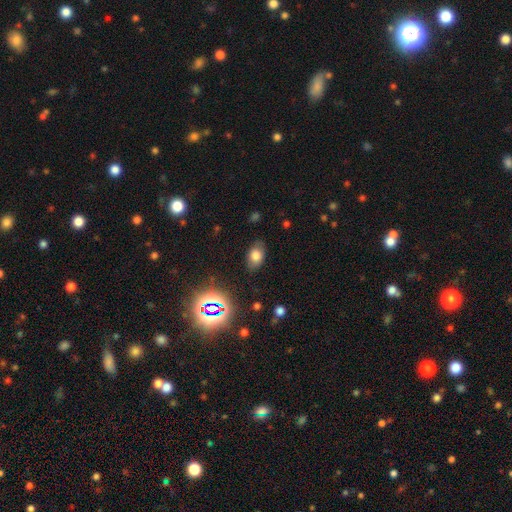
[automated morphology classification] type=smooth (72%); roundness=in between (85%); merging=none (79%).